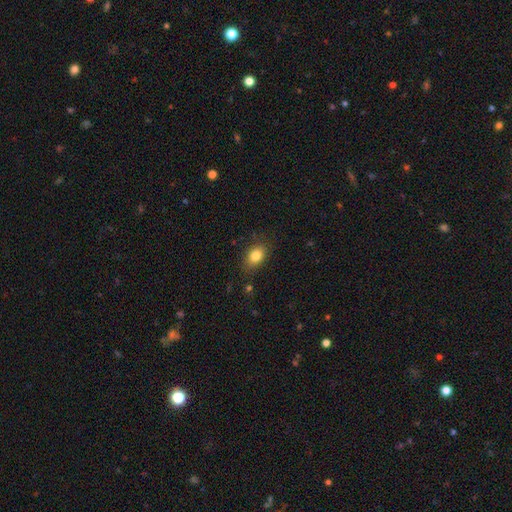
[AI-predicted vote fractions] Smooth or featured? Predicted: smooth (p=0.82). How rounded? Predicted: in between (p=0.76). Merging? Predicted: none (p=0.80).